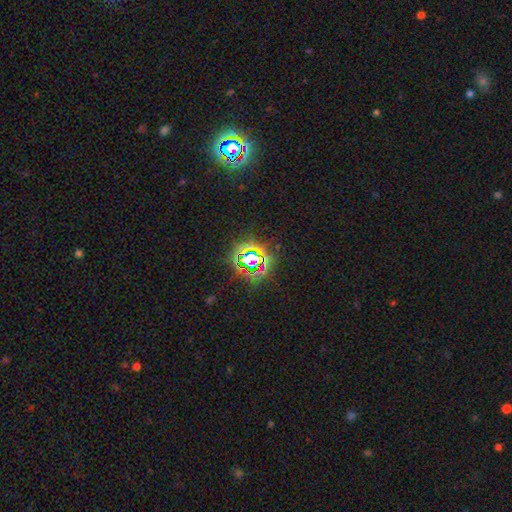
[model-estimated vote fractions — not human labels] Smooth or featured? Predicted: star or artifact (p=0.77).